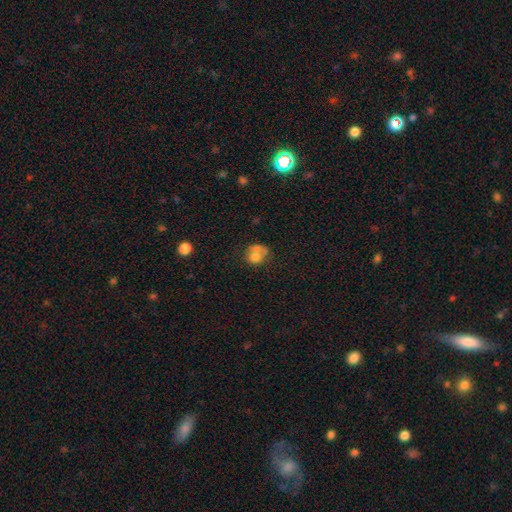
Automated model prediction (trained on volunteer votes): A smooth galaxy with no disk features (67%) that is round (64%). Merging: merger (41%).